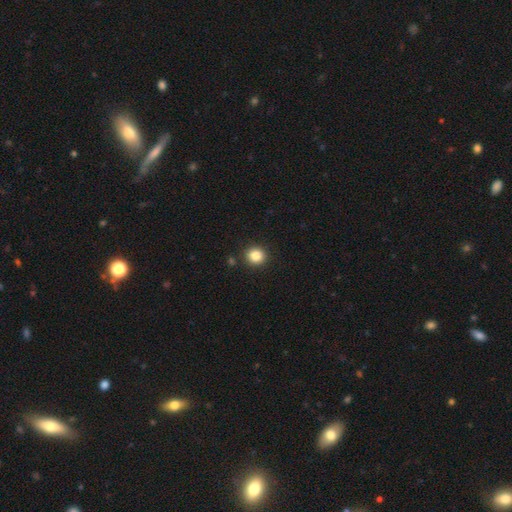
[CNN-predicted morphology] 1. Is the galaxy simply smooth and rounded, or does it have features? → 85% smooth, 11% star or artifact, 5% featured or disk.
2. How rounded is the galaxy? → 88% round, 11% in between, 1% cigar-shaped.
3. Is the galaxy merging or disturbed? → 90% none, 6% minor disturbance, 2% merger, 2% major disturbance.